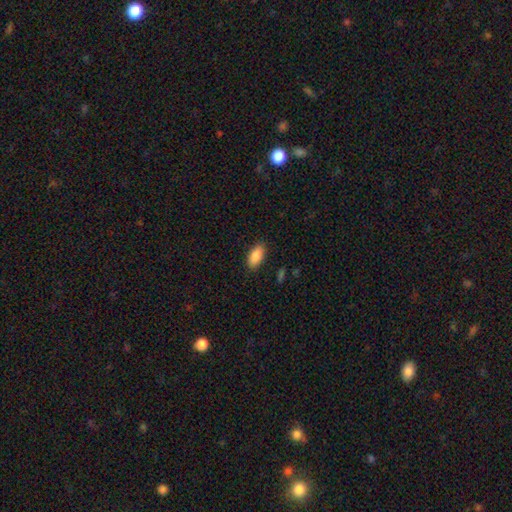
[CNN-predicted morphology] A smooth galaxy with no disk features (89%) that is in between round and cigar-shaped (92%). Merging: none (87%).